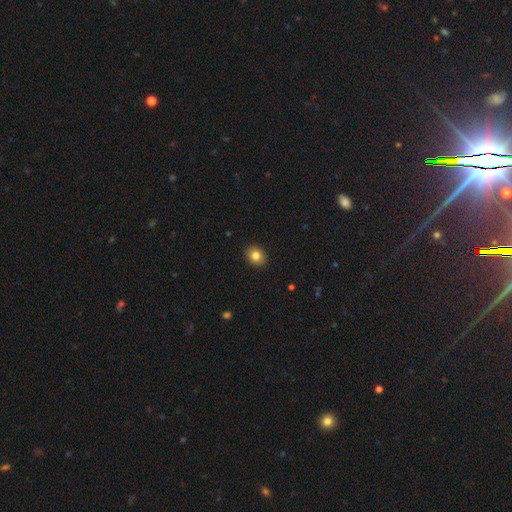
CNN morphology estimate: Smooth or featured? smooth (82%)
How rounded? round (57%)
Merging? none (91%)